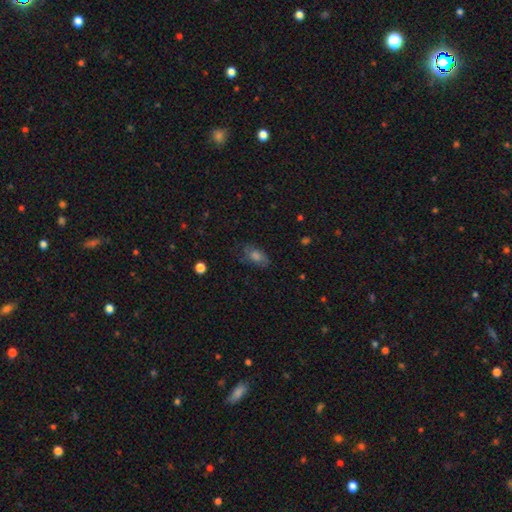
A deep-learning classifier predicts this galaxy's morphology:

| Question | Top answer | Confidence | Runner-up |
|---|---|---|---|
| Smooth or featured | smooth | 54% | featured or disk (26%) |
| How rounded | in between | 81% | round (12%) |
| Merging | none | 73% | minor disturbance (19%) |